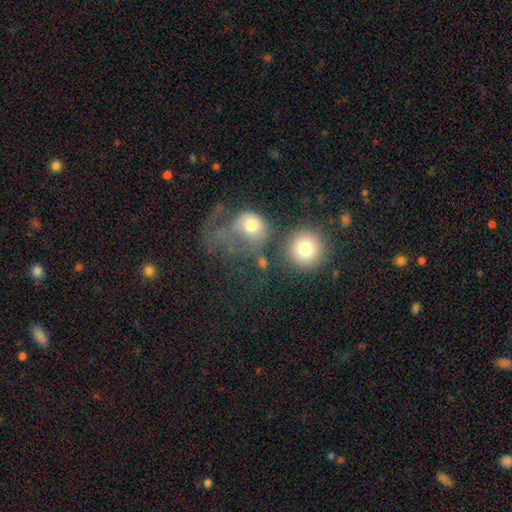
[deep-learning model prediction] This is possibly a smooth galaxy (48%). Merging: marginally none (32%).